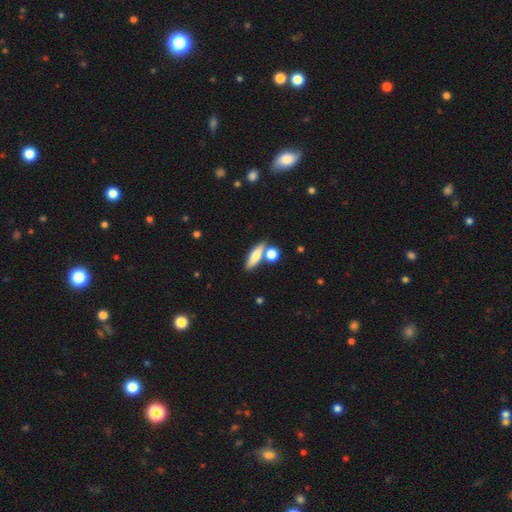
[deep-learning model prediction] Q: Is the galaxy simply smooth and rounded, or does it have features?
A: smooth — 69%.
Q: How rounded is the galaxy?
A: cigar-shaped — 49%.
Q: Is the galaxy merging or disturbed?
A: none — 62%.